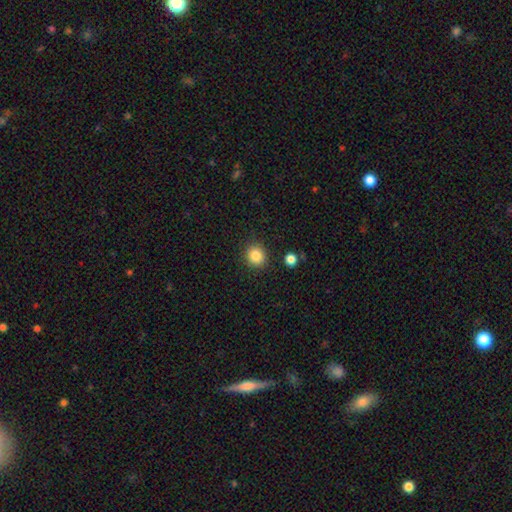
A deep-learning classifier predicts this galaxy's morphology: Smooth or featured?
  - smooth: 85% *
  - star or artifact: 10%
  - featured or disk: 5%
How rounded?
  - round: 81% *
  - in between: 18%
  - cigar-shaped: 1%
Merging?
  - none: 87% *
  - minor disturbance: 8%
  - merger: 3%
  - major disturbance: 3%